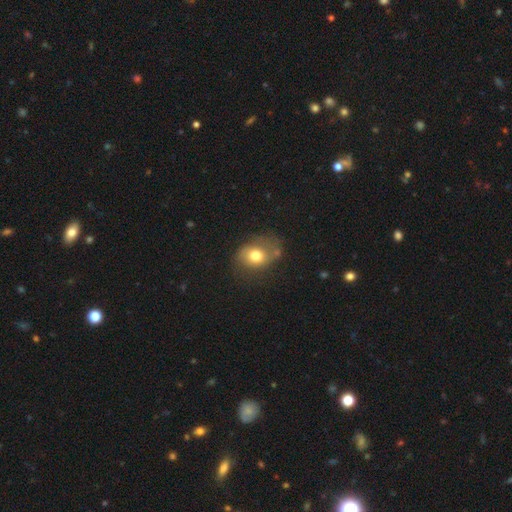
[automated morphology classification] smooth_or_featured: smooth (p=0.69) [alt: featured or disk p=0.21]
how_rounded: in between (p=0.53) [alt: round p=0.46]
merging: none (p=0.54) [alt: minor disturbance p=0.27]